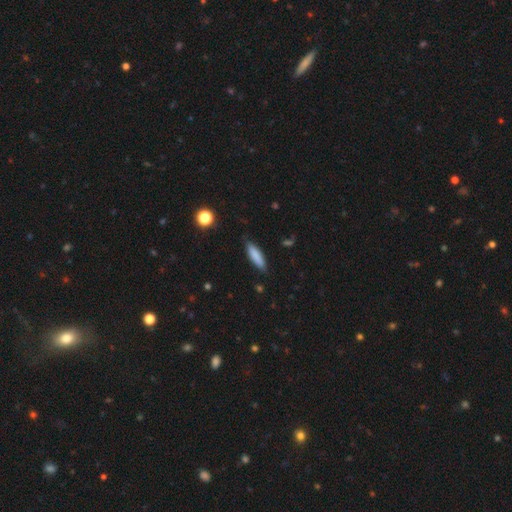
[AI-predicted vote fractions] This is clearly a smooth galaxy (83%). How rounded: likely cigar-shaped (62%). Merging: clearly none (84%).